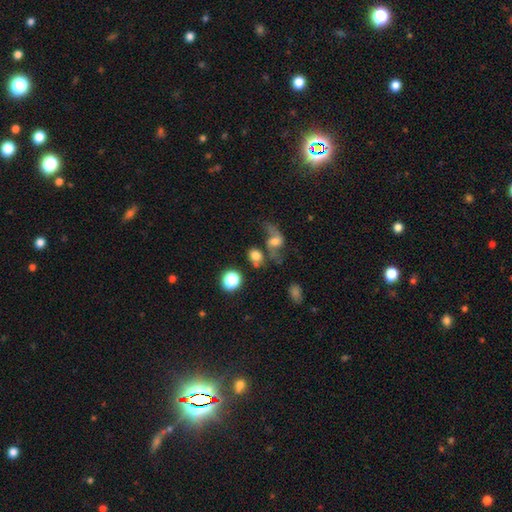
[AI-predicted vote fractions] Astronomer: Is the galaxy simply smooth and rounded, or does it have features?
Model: smooth — 61%.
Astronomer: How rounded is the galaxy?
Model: round — 57% (runner-up: in between, 40%).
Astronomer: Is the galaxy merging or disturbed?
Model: none — 43% (runner-up: merger, 28%).